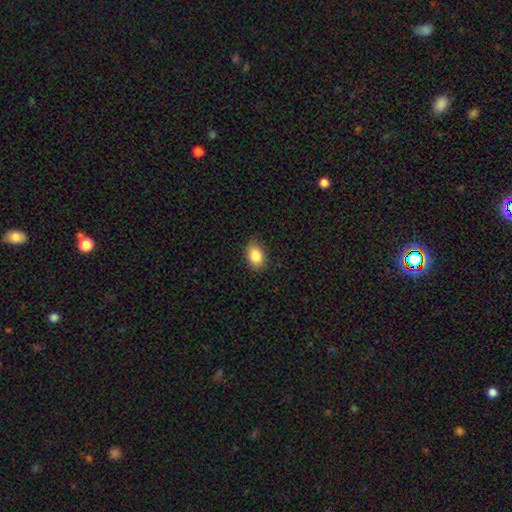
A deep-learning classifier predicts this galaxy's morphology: Q: Smooth or featured?
A: smooth (86%); runner-up: star or artifact (8%)
Q: How rounded?
A: in between (79%); runner-up: round (20%)
Q: Merging?
A: none (84%); runner-up: minor disturbance (13%)